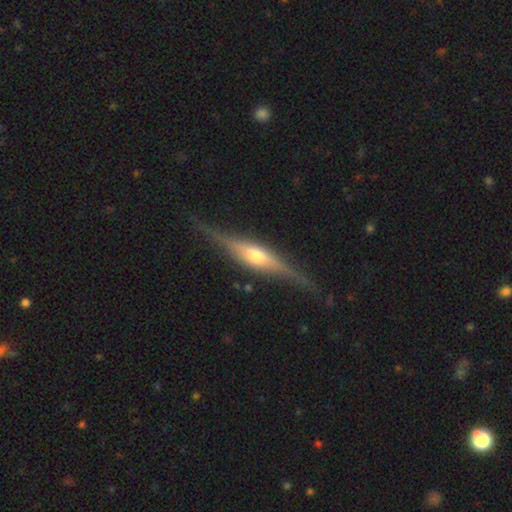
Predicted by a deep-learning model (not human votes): featured or disk 80%, smooth 14%, star or artifact 6%. Down the decision tree: edge-on disk — yes (97%); edge-on bulge — rounded (82%); merging — none (84%).